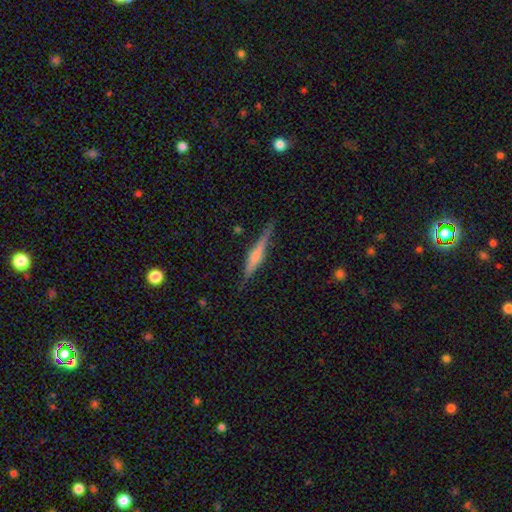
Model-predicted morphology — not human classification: Smooth or featured?
  - featured or disk: 63% *
  - smooth: 30%
  - star or artifact: 7%
Edge-on disk?
  - yes: 97% *
  - no: 3%
Edge-on bulge?
  - rounded: 67% *
  - boxy: 17%
  - none: 16%
Merging?
  - none: 84% *
  - minor disturbance: 12%
  - major disturbance: 2%
  - merger: 2%